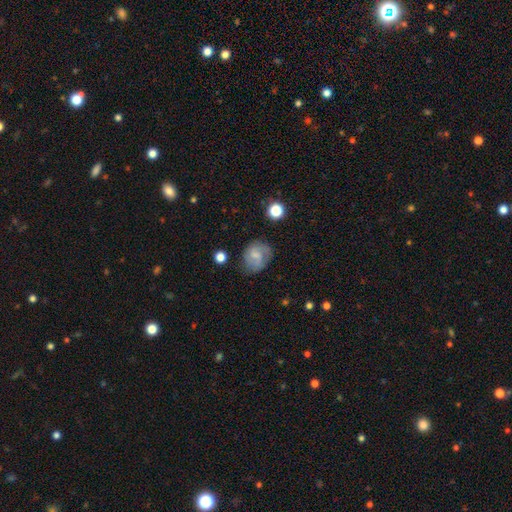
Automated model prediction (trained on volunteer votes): Smooth or featured? smooth (56%)
How rounded? round (61%)
Merging? none (65%)